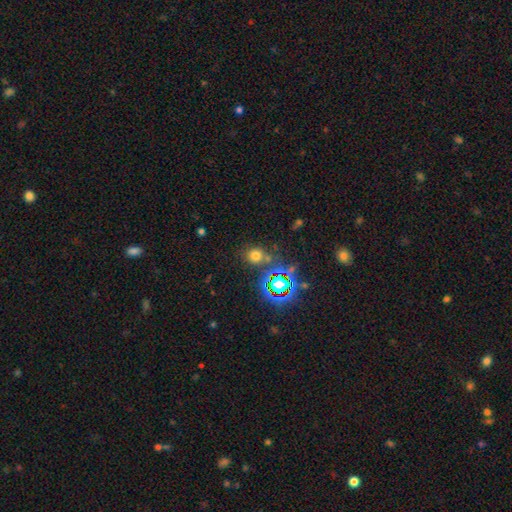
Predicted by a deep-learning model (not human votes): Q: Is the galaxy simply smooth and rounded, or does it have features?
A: smooth — 62%.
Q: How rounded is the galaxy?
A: round — 82%.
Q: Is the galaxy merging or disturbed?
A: none — 75%.